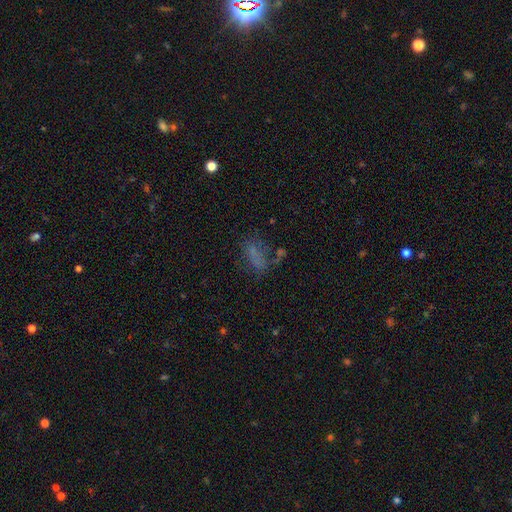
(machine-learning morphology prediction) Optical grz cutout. It shows a smooth galaxy with no disk features (54%) that is in between round and cigar-shaped (78%). Merging: none (45%).